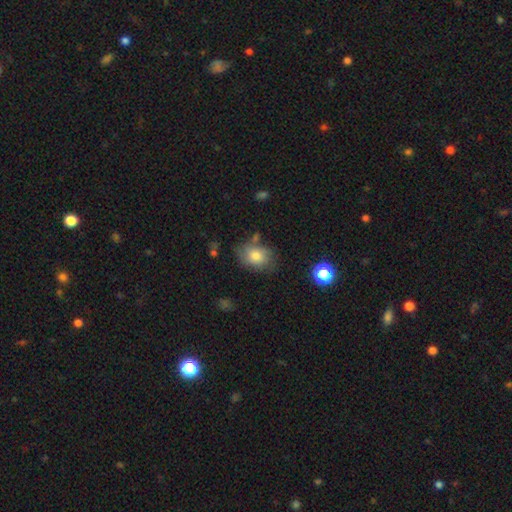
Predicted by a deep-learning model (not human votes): smooth 72%, featured or disk 18%, star or artifact 10%. Down the decision tree: how rounded — in between (62%); merging — none (63%).